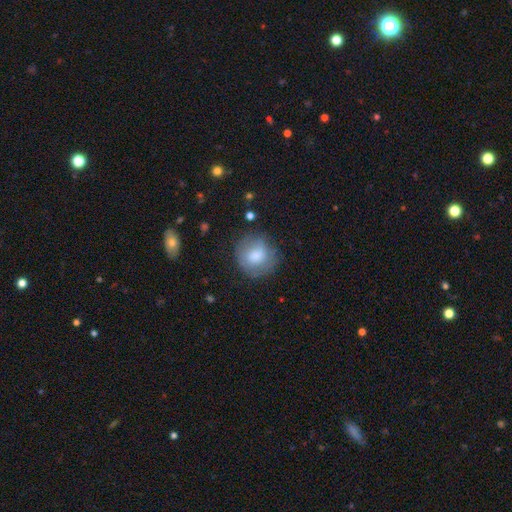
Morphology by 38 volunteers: Q: Smooth or featured?
A: smooth (61%); runner-up: featured or disk (32%)
Q: How rounded?
A: round (87%); runner-up: in between (13%)
Q: Merging?
A: none (89%); runner-up: minor disturbance (9%)